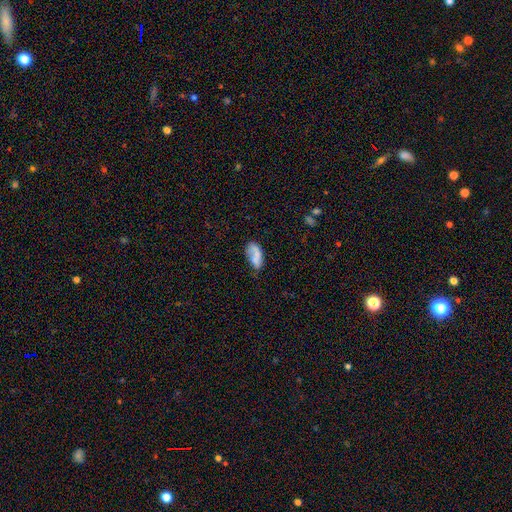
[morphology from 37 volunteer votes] Smooth or featured? smooth (62%)
How rounded? in between (100%)
Merging? none (49%)